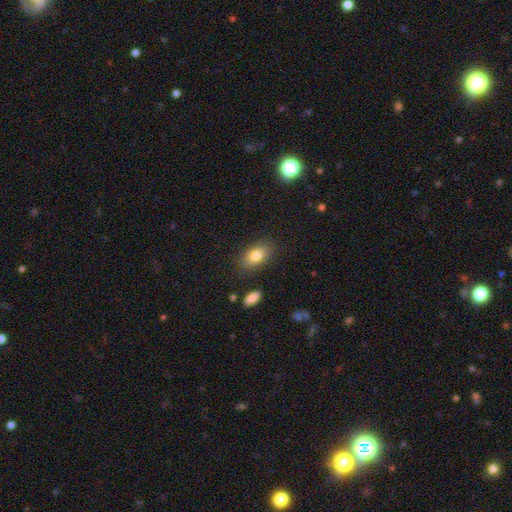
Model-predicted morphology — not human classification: smooth 81%, featured or disk 11%, star or artifact 8%. Down the decision tree: how rounded — in between (88%); merging — none (84%).